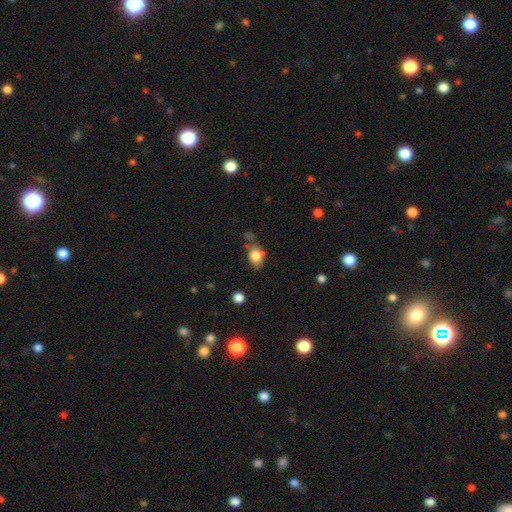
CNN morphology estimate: Smooth or featured?
  - smooth: 80% *
  - featured or disk: 10%
  - star or artifact: 10%
How rounded?
  - in between: 63% *
  - round: 36%
  - cigar-shaped: 2%
Merging?
  - none: 58% *
  - minor disturbance: 26%
  - merger: 8%
  - major disturbance: 7%